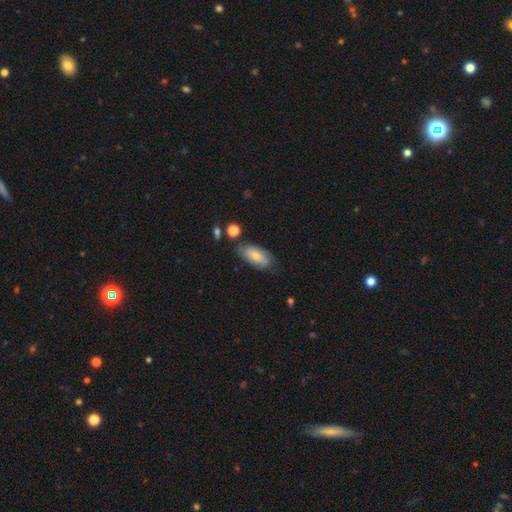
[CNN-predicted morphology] This appears to be a smooth galaxy with no disk features (73%) that is in between round and cigar-shaped (90%). Merging: none (68%).